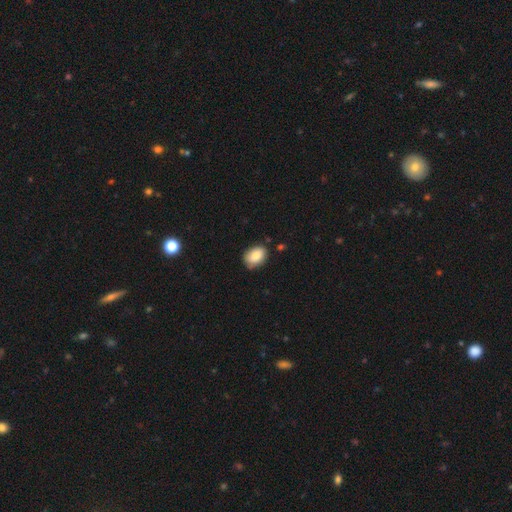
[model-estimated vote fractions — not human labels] A smooth galaxy with no disk features (86%) that is in between round and cigar-shaped (80%). Merging: none (73%).